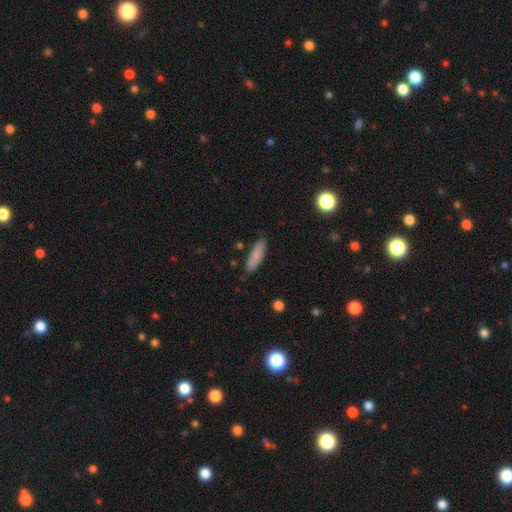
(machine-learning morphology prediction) Smooth or featured? smooth (82%)
How rounded? cigar-shaped (63%)
Merging? none (82%)